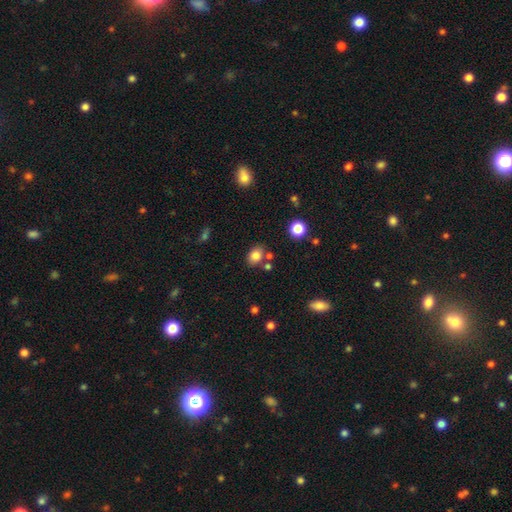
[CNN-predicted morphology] A smooth galaxy with no disk features (82%) that is in between round and cigar-shaped (57%).

Vote fractions:
- Smooth or featured? smooth: 82% / star or artifact: 11% / featured or disk: 7%
- How rounded? in between: 57% / round: 42% / cigar-shaped: 1%
- Merging? none: 72% / minor disturbance: 13% / merger: 11% / major disturbance: 4%